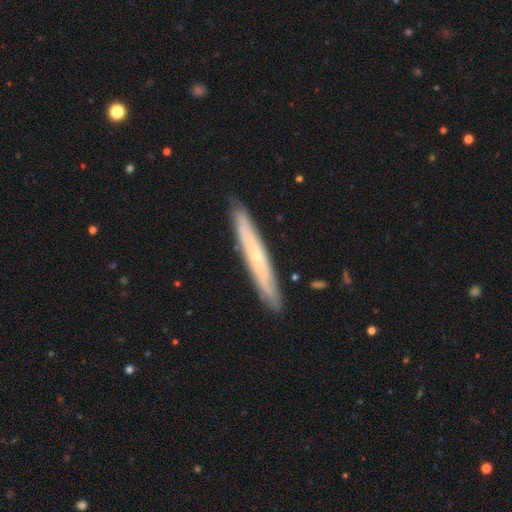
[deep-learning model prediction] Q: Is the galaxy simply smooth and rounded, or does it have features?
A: featured or disk — 57%.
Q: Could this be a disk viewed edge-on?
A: yes — 86%.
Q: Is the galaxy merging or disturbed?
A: none — 89%.